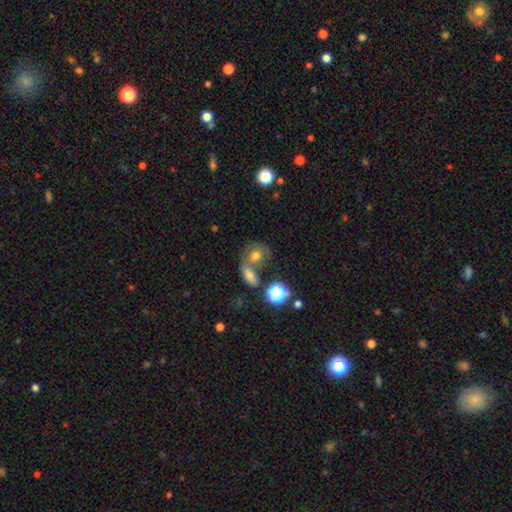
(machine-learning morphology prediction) smooth_or_featured: smooth (p=0.66) [alt: featured or disk p=0.19]
how_rounded: round (p=0.54) [alt: in between p=0.44]
merging: merger (p=0.49) [alt: none p=0.33]